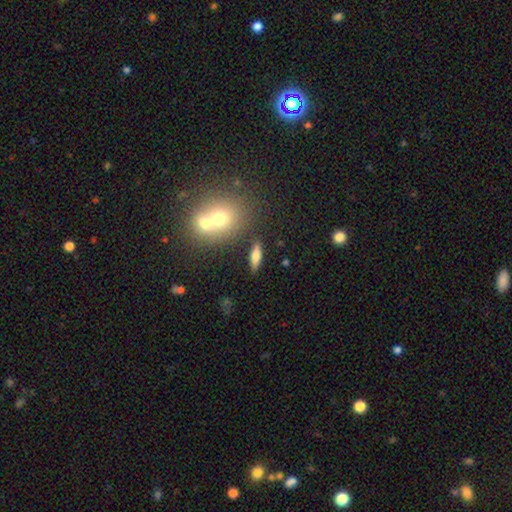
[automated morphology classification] A smooth galaxy with no disk features (63%) that is in between round and cigar-shaped (49%). Merging: none (80%).